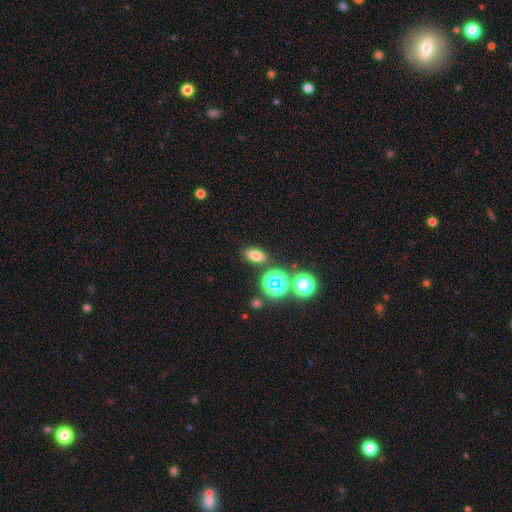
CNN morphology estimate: Q: Smooth or featured?
A: smooth (71%); runner-up: star or artifact (20%)
Q: How rounded?
A: in between (80%); runner-up: round (16%)
Q: Merging?
A: none (83%); runner-up: minor disturbance (9%)